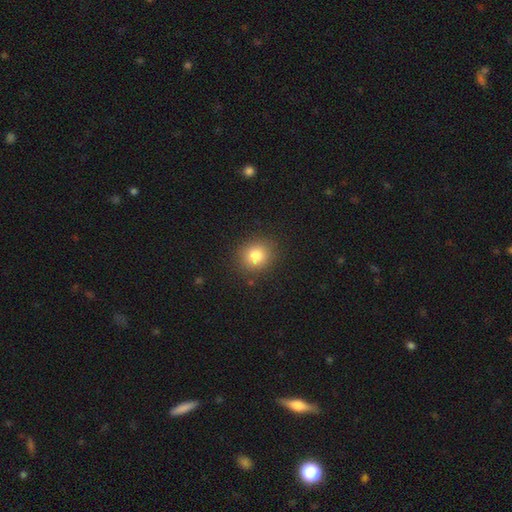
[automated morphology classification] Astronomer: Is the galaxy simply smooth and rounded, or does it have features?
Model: smooth — 81%.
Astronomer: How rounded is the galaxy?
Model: round — 78%.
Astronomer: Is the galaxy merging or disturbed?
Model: none — 83%.